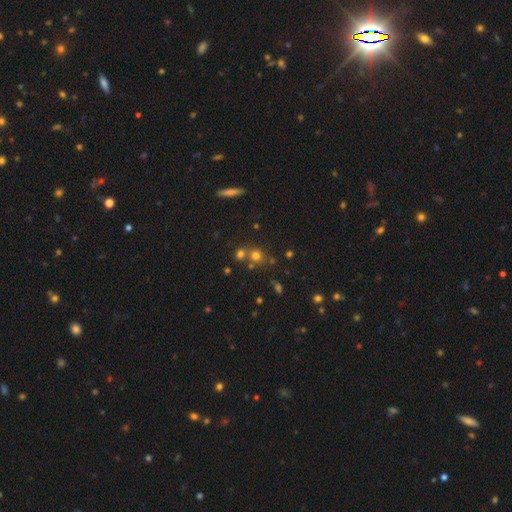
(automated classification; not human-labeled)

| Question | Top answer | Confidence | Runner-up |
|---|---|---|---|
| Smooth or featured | smooth | 65% | star or artifact (23%) |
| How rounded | round | 86% | in between (13%) |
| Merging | none | 58% | merger (31%) |